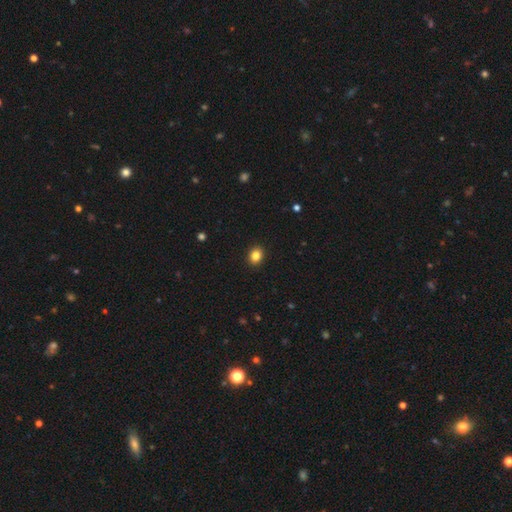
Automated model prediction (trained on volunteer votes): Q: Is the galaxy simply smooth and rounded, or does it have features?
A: smooth — 84%.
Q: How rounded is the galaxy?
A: round — 54%.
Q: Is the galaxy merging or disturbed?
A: none — 92%.